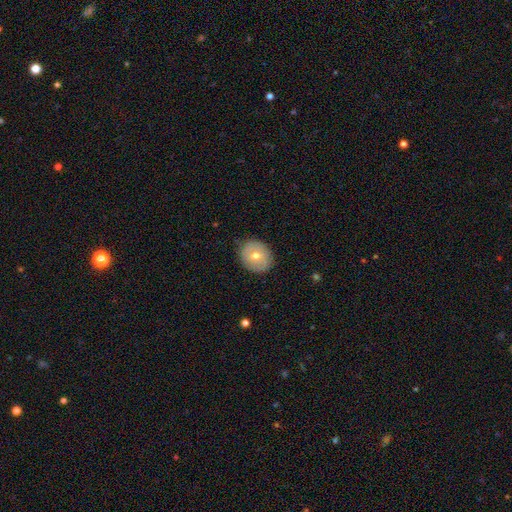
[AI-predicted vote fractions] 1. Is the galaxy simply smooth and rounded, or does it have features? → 61% smooth, 31% featured or disk, 9% star or artifact.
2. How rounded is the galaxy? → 72% round, 27% in between, 1% cigar-shaped.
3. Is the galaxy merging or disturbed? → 87% none, 10% minor disturbance, 2% major disturbance, 1% merger.